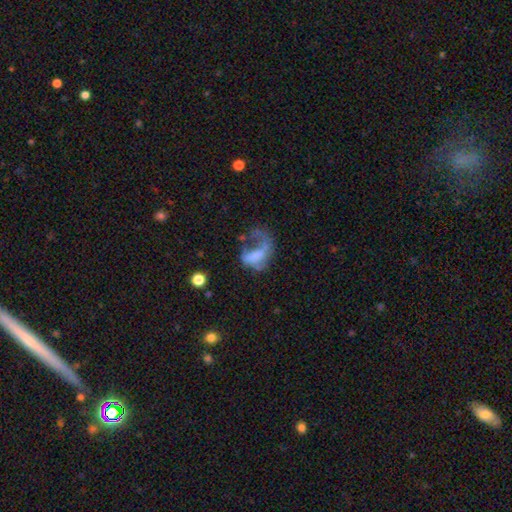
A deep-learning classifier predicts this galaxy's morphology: This appears to be a featured or disk galaxy (53%) with no bar (69%), no spiral arms (58%) and no central bulge (62%). Merging: major disturbance (58%).